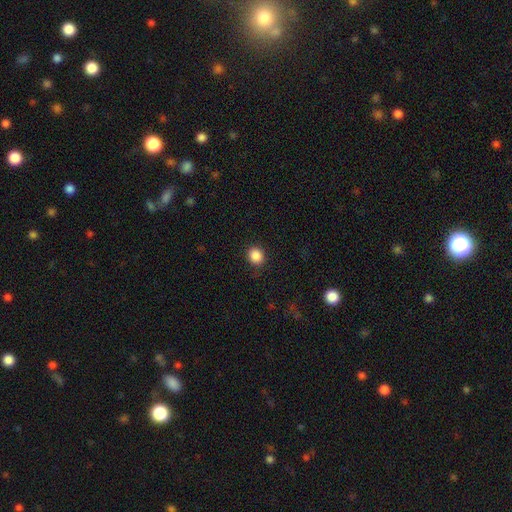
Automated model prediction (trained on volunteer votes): Q: Smooth or featured?
A: smooth (88%); runner-up: star or artifact (9%)
Q: How rounded?
A: round (77%); runner-up: in between (22%)
Q: Merging?
A: none (87%); runner-up: minor disturbance (9%)